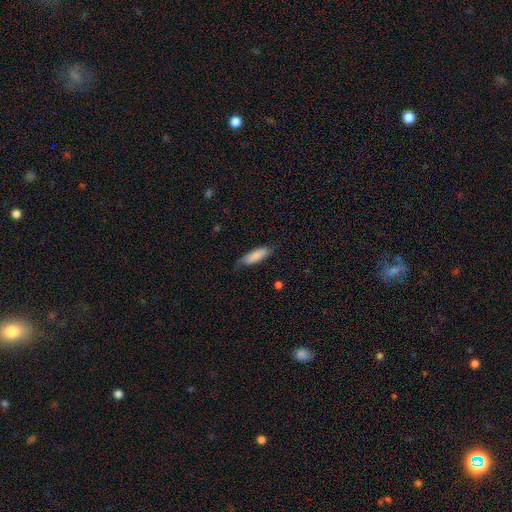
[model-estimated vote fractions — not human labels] A smooth galaxy with no disk features (80%) that is in between round and cigar-shaped (51%). Merging: none (69%).